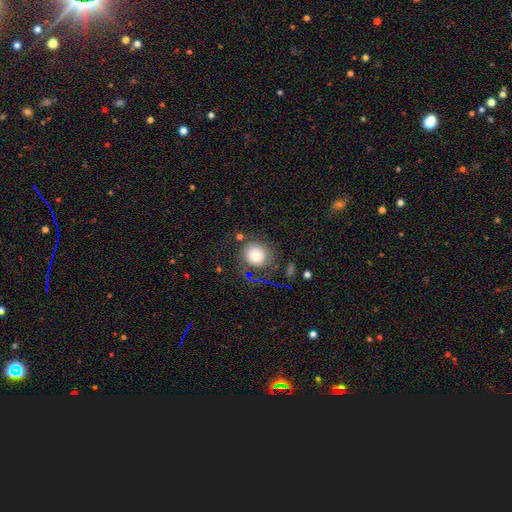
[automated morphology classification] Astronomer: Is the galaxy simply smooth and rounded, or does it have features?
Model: smooth — 73%.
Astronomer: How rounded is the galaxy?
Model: round — 82%.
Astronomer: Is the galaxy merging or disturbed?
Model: none — 69%.